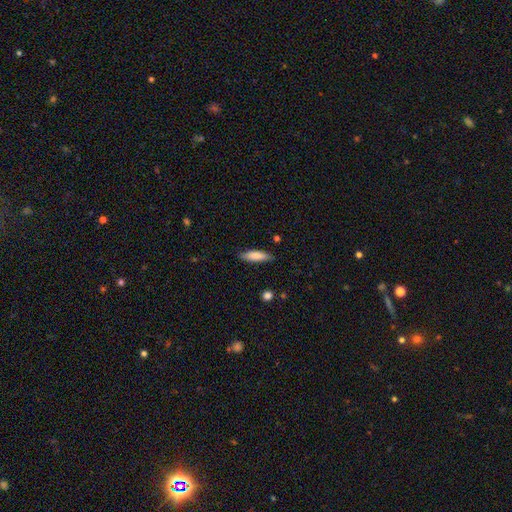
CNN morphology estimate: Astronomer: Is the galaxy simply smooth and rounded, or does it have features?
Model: smooth — 83%.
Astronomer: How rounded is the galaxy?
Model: cigar-shaped — 61% (runner-up: in between, 37%).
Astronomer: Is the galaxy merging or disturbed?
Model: none — 83%.